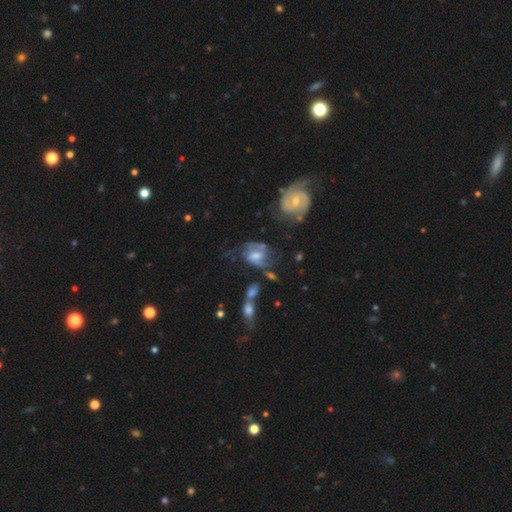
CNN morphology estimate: Smooth or featured: featured or disk — 78% (smooth — 14%)
Edge-on disk: no — 97% (yes — 3%)
Bar: weak — 52% (no — 25%)
Spiral arms: yes — 90% (no — 10%)
Spiral winding: medium — 49% (loose — 28%)
Spiral arm count: 2 — 75% (can't tell — 12%)
Bulge size: moderate — 46% (small — 28%)
Merging: none — 47% (major disturbance — 21%)